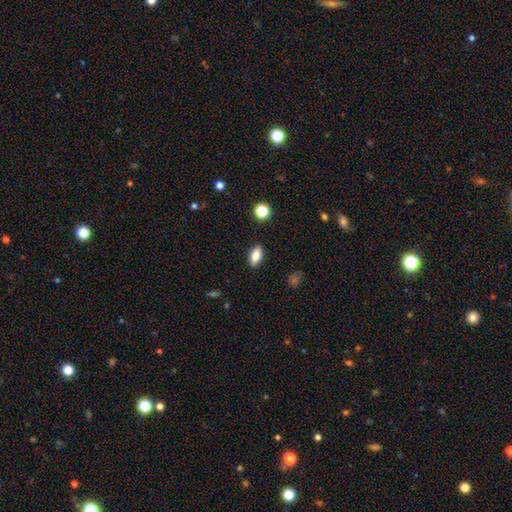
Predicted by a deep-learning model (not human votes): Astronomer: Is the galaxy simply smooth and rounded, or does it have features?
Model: smooth — 82%.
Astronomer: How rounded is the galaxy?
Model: in between — 85%.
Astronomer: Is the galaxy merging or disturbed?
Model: none — 88%.